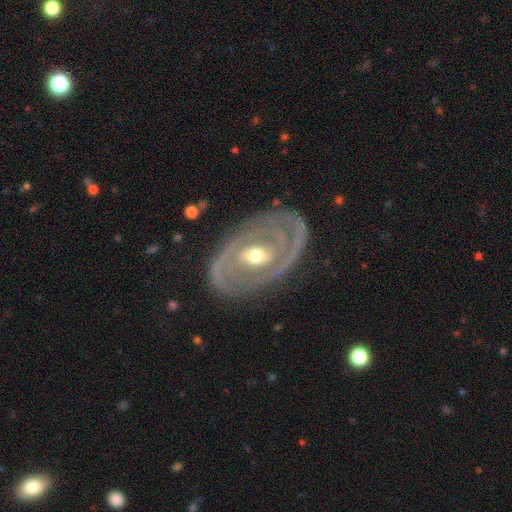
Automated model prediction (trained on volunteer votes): Smooth or featured? Predicted: featured or disk (p=0.87). Edge-on disk? Predicted: no (p=0.95). Bar? Predicted: no (p=0.42). Spiral arms? Predicted: yes (p=0.83). Spiral winding? Predicted: tight (p=0.64). Spiral arm count? Predicted: 2 (p=0.65). Bulge size? Predicted: moderate (p=0.70). Merging? Predicted: none (p=0.79).